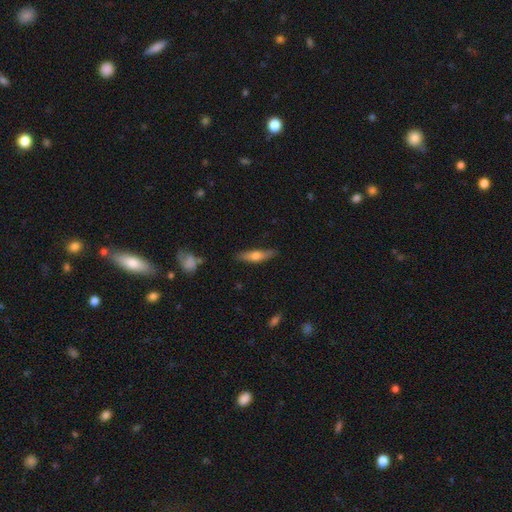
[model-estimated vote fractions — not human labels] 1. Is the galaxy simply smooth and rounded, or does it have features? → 52% smooth, 42% featured or disk, 6% star or artifact.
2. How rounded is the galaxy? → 72% cigar-shaped, 25% in between, 2% round.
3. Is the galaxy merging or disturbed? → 83% none, 13% minor disturbance, 2% major disturbance, 2% merger.